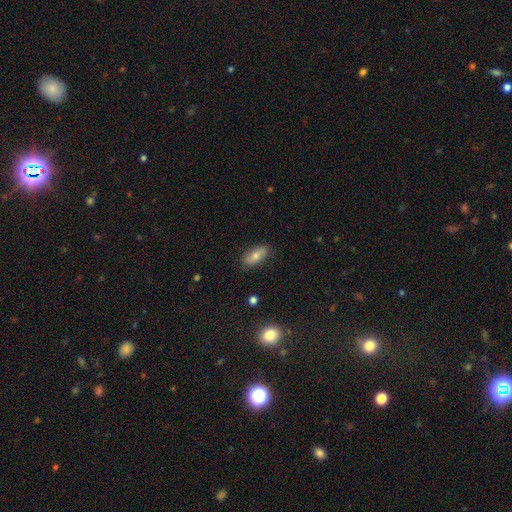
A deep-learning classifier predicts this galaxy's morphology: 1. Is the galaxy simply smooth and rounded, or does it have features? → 67% smooth, 23% featured or disk, 10% star or artifact.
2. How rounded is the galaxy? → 85% in between, 11% cigar-shaped, 4% round.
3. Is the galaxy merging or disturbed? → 85% none, 11% minor disturbance, 2% major disturbance, 1% merger.